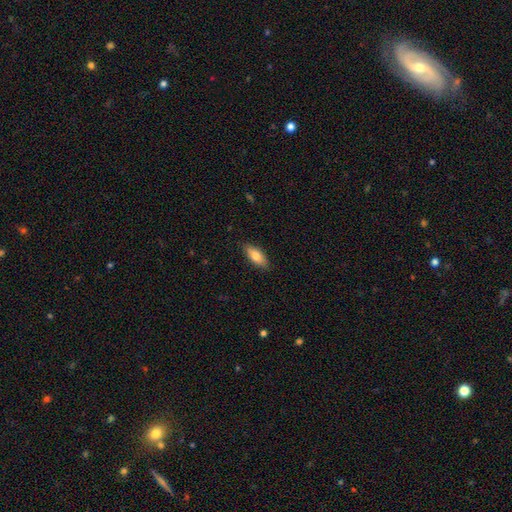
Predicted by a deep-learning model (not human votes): Smooth or featured?
  - smooth: 76% *
  - featured or disk: 18%
  - star or artifact: 6%
How rounded?
  - in between: 81% *
  - cigar-shaped: 17%
  - round: 3%
Merging?
  - none: 86% *
  - minor disturbance: 11%
  - major disturbance: 2%
  - merger: 1%